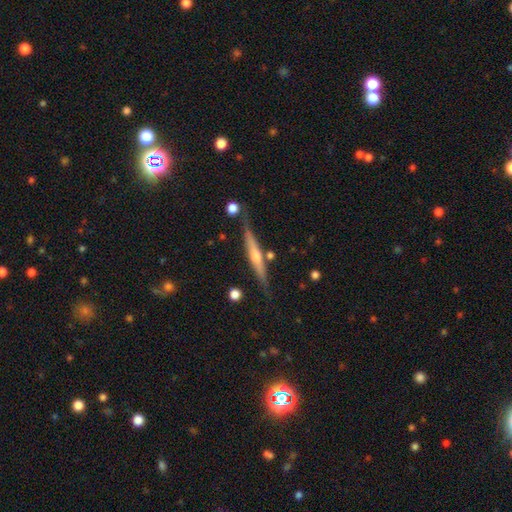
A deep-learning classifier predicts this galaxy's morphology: The model was most divided on "smooth or featured": featured or disk: 74%, smooth: 19%, star or artifact: 7%. More confident: edge-on disk — yes (97%); merging — none (82%); edge-on bulge — rounded (78%).